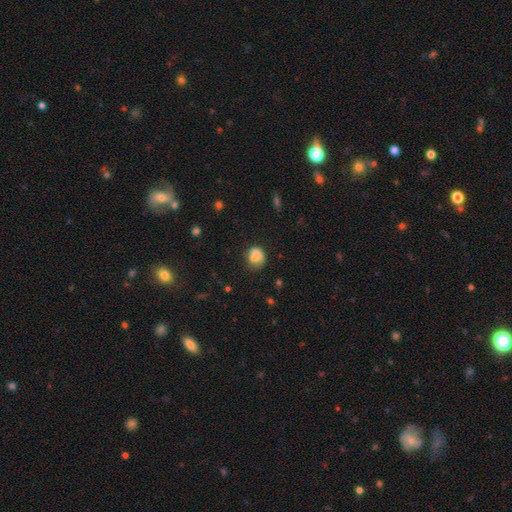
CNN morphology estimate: smooth_or_featured: smooth (p=0.75) [alt: featured or disk p=0.14]
how_rounded: round (p=0.65) [alt: in between p=0.34]
merging: none (p=0.46) [alt: merger p=0.22]